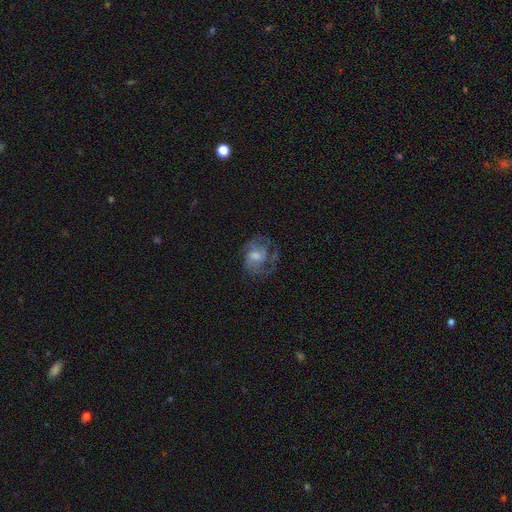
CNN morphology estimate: smooth_or_featured: featured or disk (p=0.70) [alt: smooth p=0.20]
disk_edge_on: no (p=0.97) [alt: yes p=0.03]
bar: no (p=0.60) [alt: weak p=0.34]
has_spiral_arms: yes (p=0.85) [alt: no p=0.15]
spiral_winding: medium (p=0.44) [alt: tight p=0.38]
spiral_arm_count: 2 (p=0.33) [alt: can't tell p=0.31]
bulge_size: moderate (p=0.52) [alt: small p=0.34]
merging: none (p=0.59) [alt: major disturbance p=0.20]